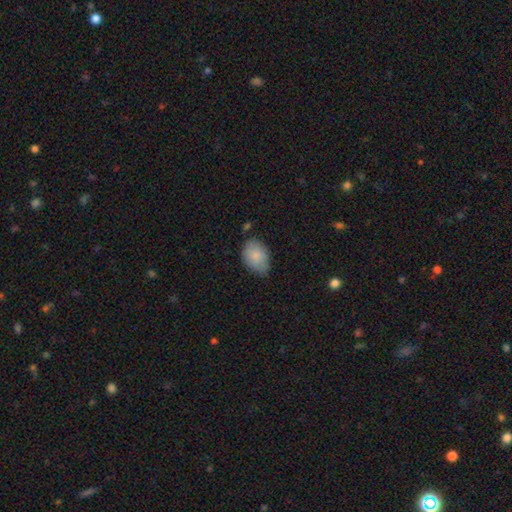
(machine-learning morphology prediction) type=smooth (84%); roundness=in between (83%); merging=none (62%).